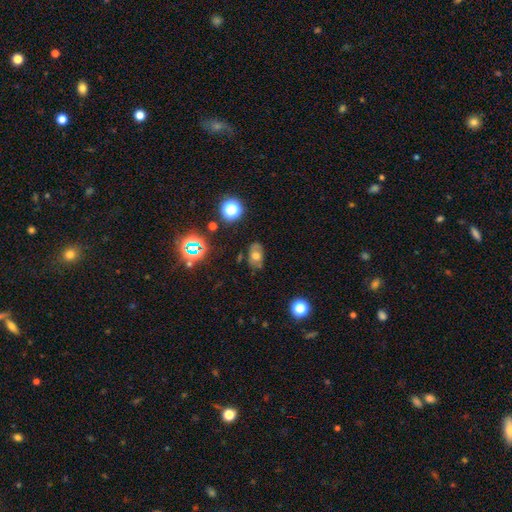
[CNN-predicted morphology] smooth 56%, featured or disk 26%, star or artifact 19%. Down the decision tree: how rounded — in between (80%); merging — none (71%).